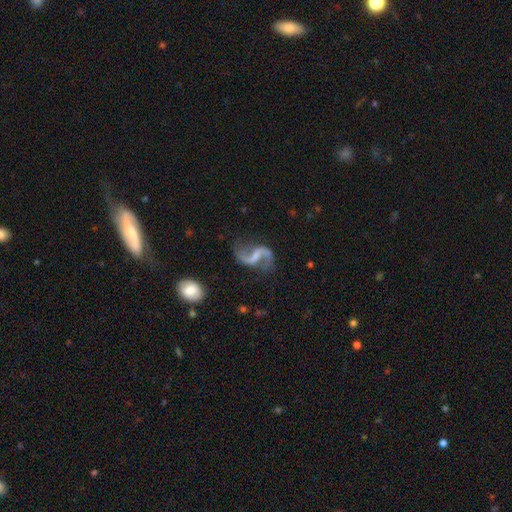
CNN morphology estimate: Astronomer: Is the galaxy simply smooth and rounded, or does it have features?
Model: featured or disk — 91%.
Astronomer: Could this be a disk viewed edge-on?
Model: no — 98%.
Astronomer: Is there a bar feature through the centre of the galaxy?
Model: weak — 48% (runner-up: strong, 26%).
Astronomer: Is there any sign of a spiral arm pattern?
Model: yes — 97%.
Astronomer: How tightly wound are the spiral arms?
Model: loose — 82%.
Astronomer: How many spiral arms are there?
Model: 2 — 94%.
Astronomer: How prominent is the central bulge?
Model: small — 45% (runner-up: none, 35%).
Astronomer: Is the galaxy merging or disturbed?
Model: none — 74%.